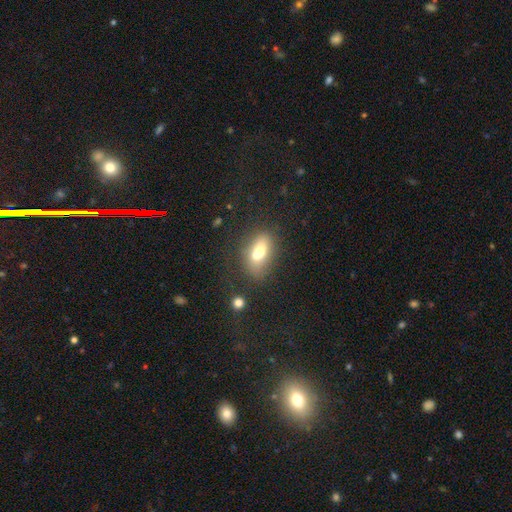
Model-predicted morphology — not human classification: A smooth galaxy with no disk features (67%) that is in between round and cigar-shaped (78%).

Vote fractions:
- Smooth or featured? smooth: 67% / featured or disk: 23% / star or artifact: 10%
- How rounded? in between: 78% / round: 17% / cigar-shaped: 5%
- Merging? none: 44% / merger: 34% / minor disturbance: 15% / major disturbance: 7%